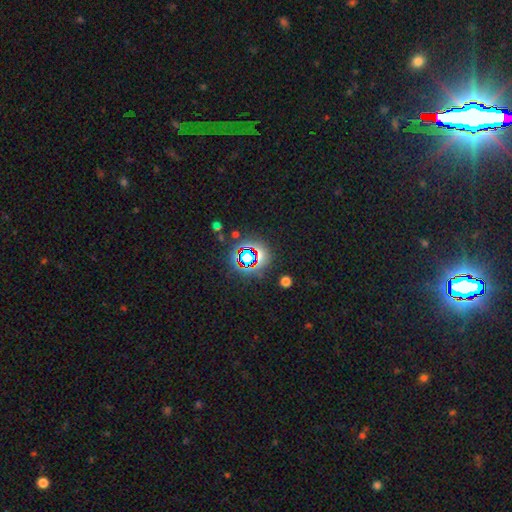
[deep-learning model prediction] Smooth or featured: star or artifact — 71% (smooth — 19%)